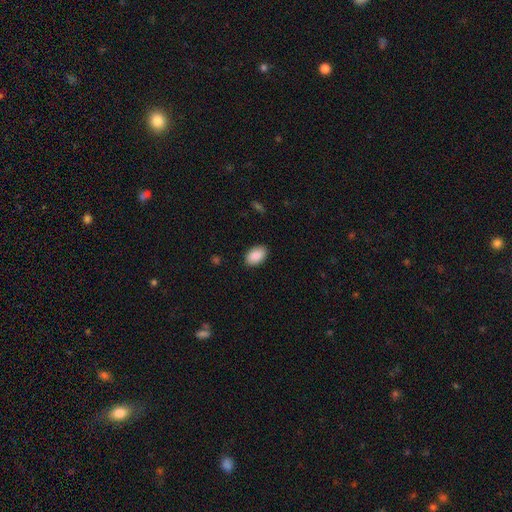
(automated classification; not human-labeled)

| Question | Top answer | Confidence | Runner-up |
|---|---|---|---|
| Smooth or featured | smooth | 90% | star or artifact (6%) |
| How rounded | in between | 92% | round (7%) |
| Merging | none | 88% | minor disturbance (9%) |